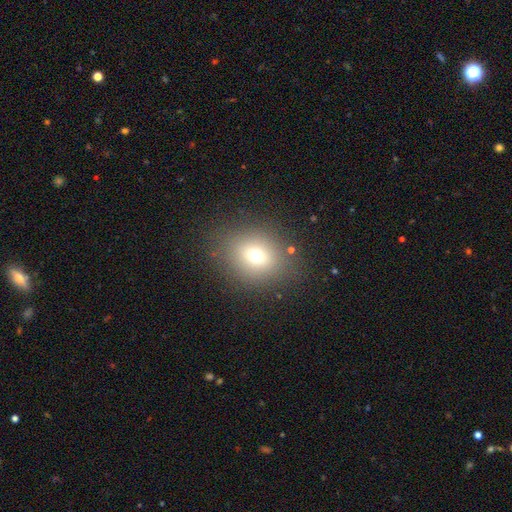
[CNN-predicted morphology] smooth-or-featured: smooth: 69% | star or artifact: 16% | featured or disk: 14%
  how-rounded: round: 55% | in between: 44% | cigar-shaped: 1%
  merging: none: 84% | minor disturbance: 10% | major disturbance: 5% | merger: 2%